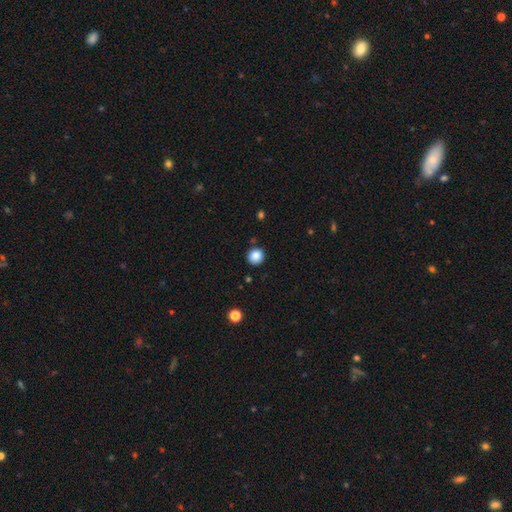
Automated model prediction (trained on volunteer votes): Smooth or featured: smooth — 87% (star or artifact — 10%)
How rounded: round — 93% (in between — 6%)
Merging: none — 89% (minor disturbance — 7%)